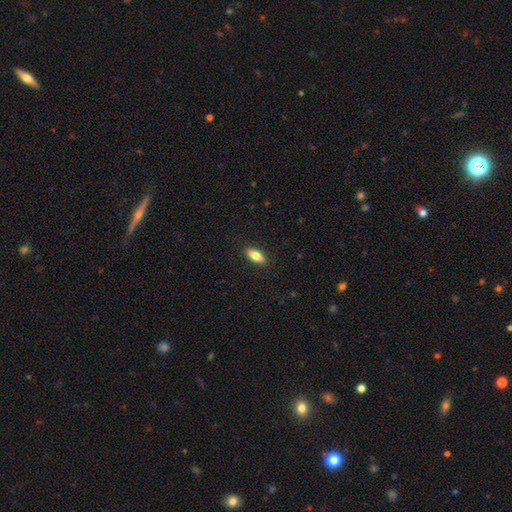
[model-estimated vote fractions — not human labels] This appears to be a smooth galaxy with no disk features (74%) that is in between round and cigar-shaped (78%). Merging: none (89%).